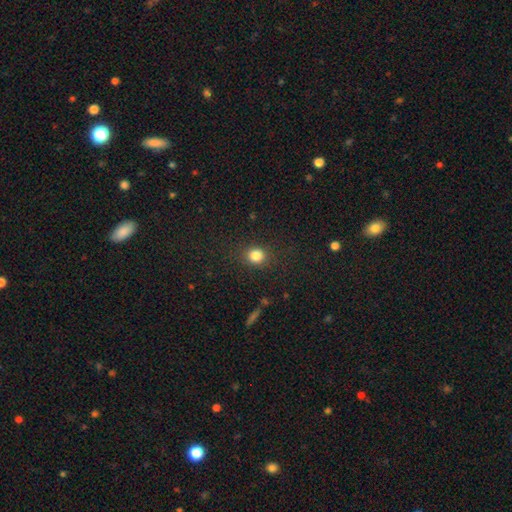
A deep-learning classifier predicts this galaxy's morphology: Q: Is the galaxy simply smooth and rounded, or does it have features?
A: smooth — 83%.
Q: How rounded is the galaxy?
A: round — 76%.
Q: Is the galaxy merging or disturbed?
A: none — 85%.